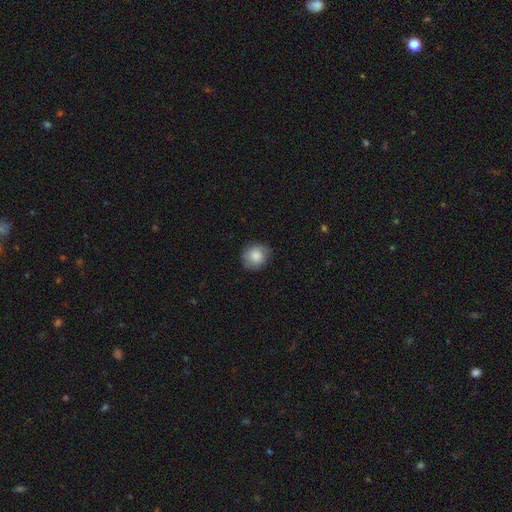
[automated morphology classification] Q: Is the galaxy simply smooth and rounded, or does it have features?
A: smooth — 80%.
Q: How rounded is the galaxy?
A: round — 82%.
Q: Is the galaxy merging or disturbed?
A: none — 78%.